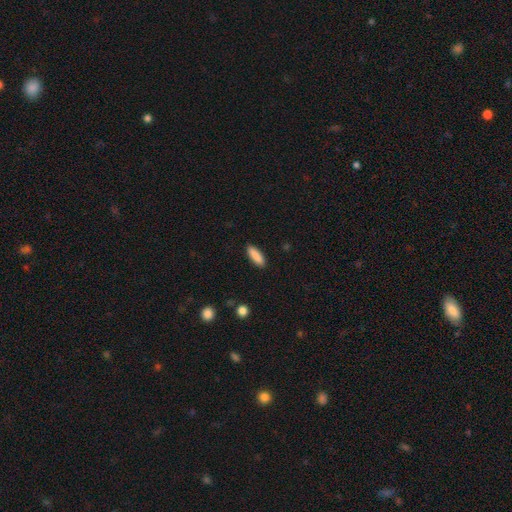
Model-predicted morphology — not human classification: Overall: smooth (89%). How rounded: cigar-shaped (52%; in between 46%). Merging: none (90%).